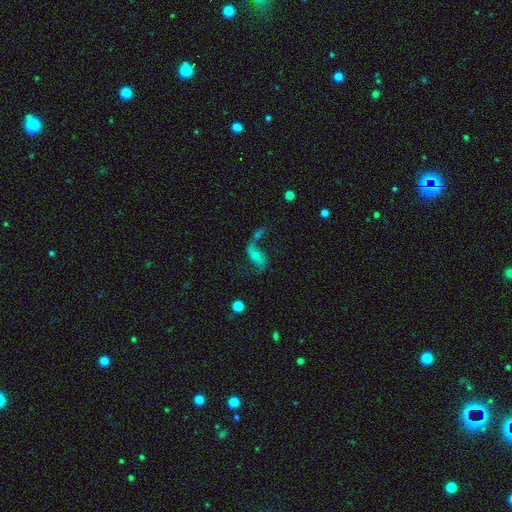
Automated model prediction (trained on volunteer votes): Overall: featured or disk (73%). Edge-on disk: no (94%). Bar: no (55%; weak 31%). Spiral arms: yes (87%). Spiral arm count: 2 (89%). Spiral winding: loose (86%). Bulge size: moderate (53%; small 37%). Merging: none (46%; merger 21%).